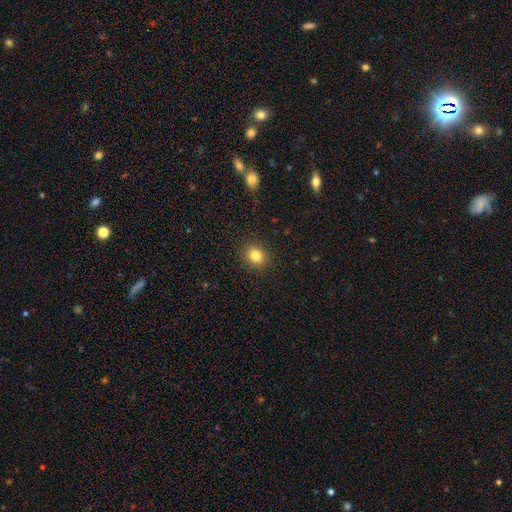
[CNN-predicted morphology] Smooth or featured: smooth — 82% (star or artifact — 12%)
How rounded: round — 75% (in between — 24%)
Merging: none — 90% (minor disturbance — 7%)